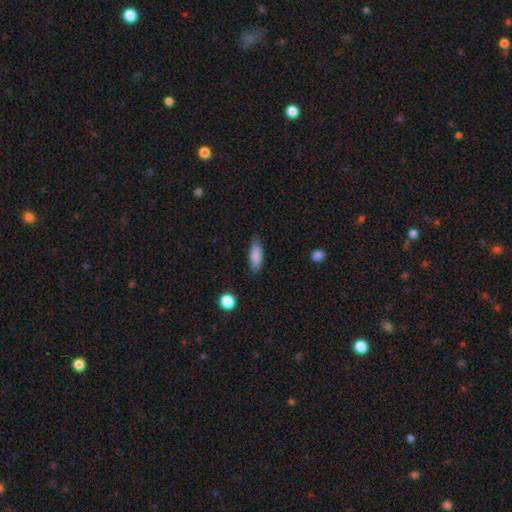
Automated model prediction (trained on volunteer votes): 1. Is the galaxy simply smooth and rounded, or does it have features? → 86% smooth, 7% featured or disk, 7% star or artifact.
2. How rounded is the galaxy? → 67% in between, 31% cigar-shaped, 2% round.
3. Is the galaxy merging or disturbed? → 83% none, 13% minor disturbance, 3% major disturbance, 1% merger.